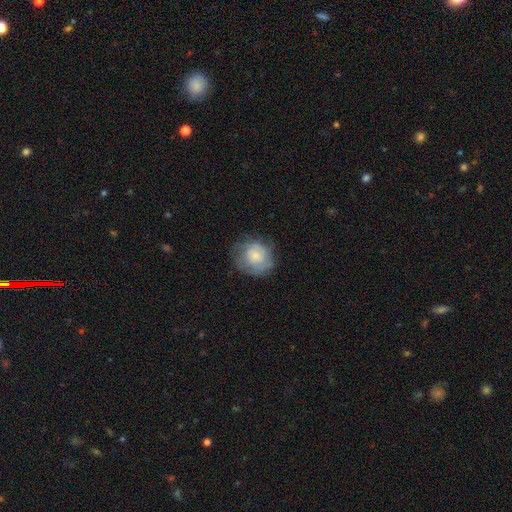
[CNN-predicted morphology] This is likely a smooth galaxy (65%). How rounded: clearly round (84%). Merging: likely none (61%).